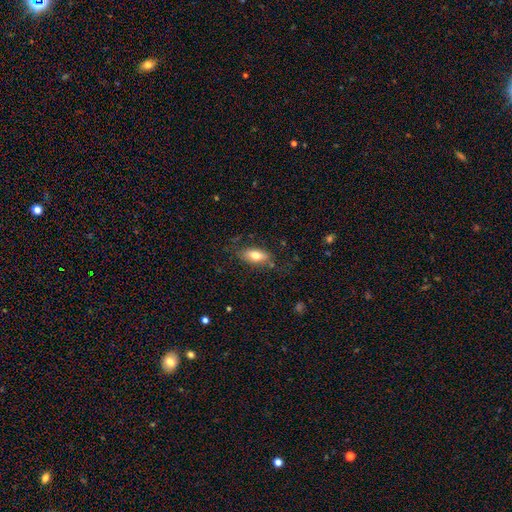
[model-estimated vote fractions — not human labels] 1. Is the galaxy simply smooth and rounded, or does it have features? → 72% smooth, 21% featured or disk, 7% star or artifact.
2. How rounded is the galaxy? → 85% in between, 10% cigar-shaped, 4% round.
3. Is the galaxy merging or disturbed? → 75% none, 18% minor disturbance, 6% major disturbance, 2% merger.